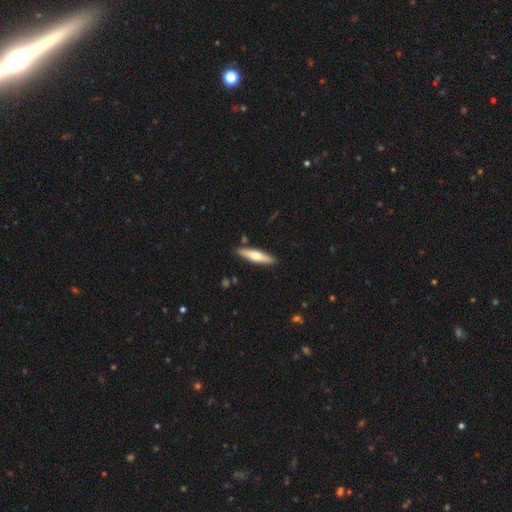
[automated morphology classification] smooth 54%, featured or disk 41%, star or artifact 5%. Down the decision tree: how rounded — cigar-shaped (79%); merging — none (88%).